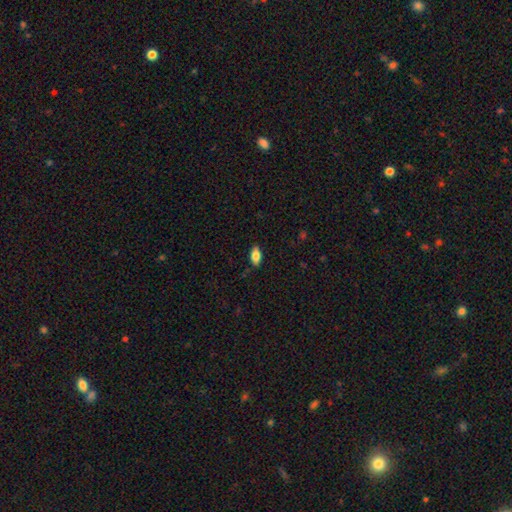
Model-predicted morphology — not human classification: smooth_or_featured: smooth (p=0.80) [alt: featured or disk p=0.13]
how_rounded: in between (p=0.89) [alt: cigar-shaped p=0.07]
merging: none (p=0.86) [alt: minor disturbance p=0.11]